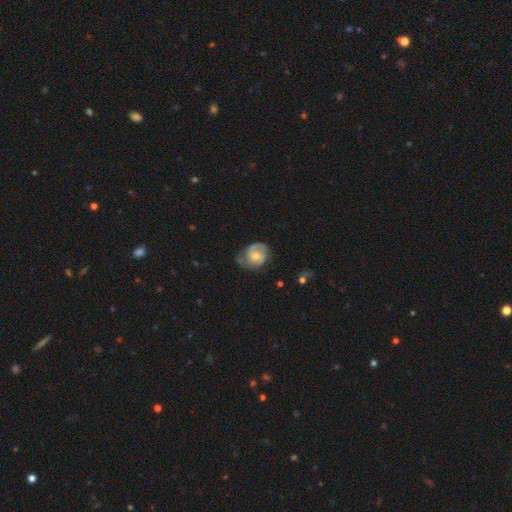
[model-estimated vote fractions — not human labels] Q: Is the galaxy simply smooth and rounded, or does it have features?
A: featured or disk — 59%.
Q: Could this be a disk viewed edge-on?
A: no — 97%.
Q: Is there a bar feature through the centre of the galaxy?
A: no — 61%.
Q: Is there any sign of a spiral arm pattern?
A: yes — 82%.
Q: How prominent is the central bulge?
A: moderate — 55%.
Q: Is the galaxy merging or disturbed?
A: none — 56%.